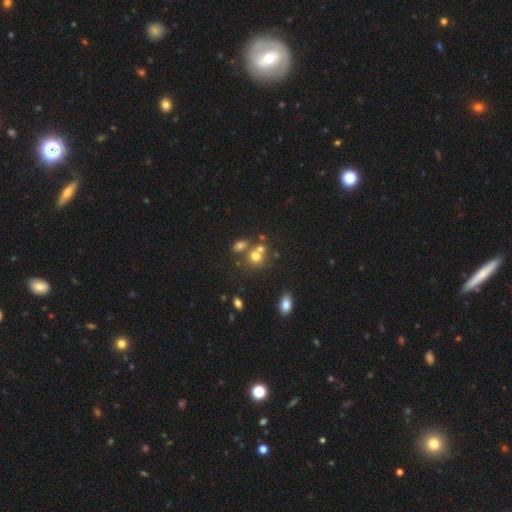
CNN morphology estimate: The model was most divided on "merging": none: 47%, merger: 40%, minor disturbance: 9%, major disturbance: 4%. More confident: how rounded — round (72%); smooth or featured — smooth (55%).